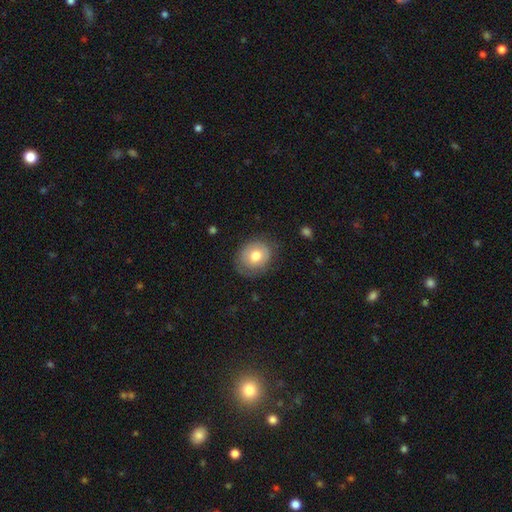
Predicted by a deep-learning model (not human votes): smooth-or-featured: smooth: 67% | featured or disk: 25% | star or artifact: 7%
  how-rounded: round: 69% | in between: 30% | cigar-shaped: 1%
  merging: none: 72% | minor disturbance: 19% | major disturbance: 7% | merger: 1%